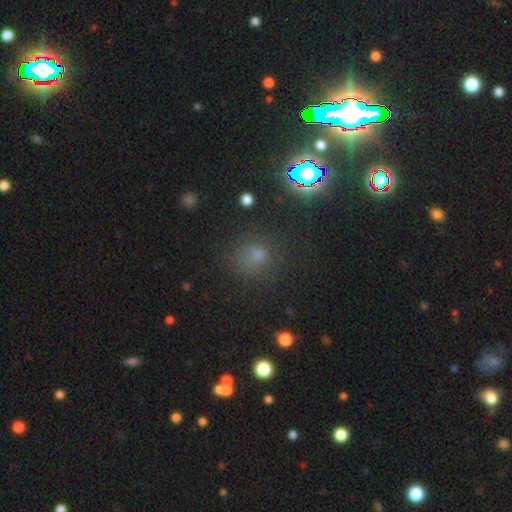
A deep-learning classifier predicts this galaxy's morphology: This appears to be a smooth galaxy with no disk features (61%) that is round (85%). Merging: none (76%).